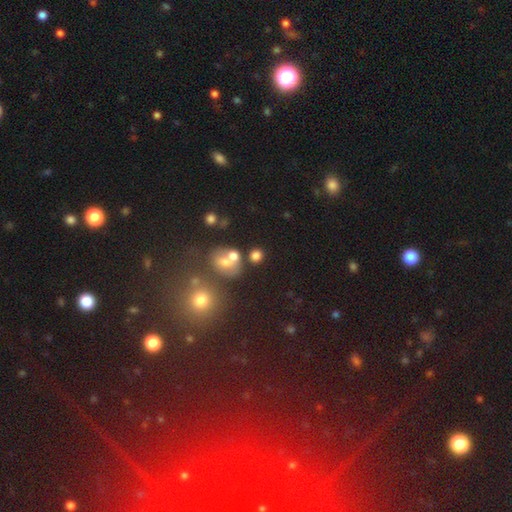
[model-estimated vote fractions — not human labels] Smooth or featured? smooth (72%)
How rounded? round (73%)
Merging? none (55%)